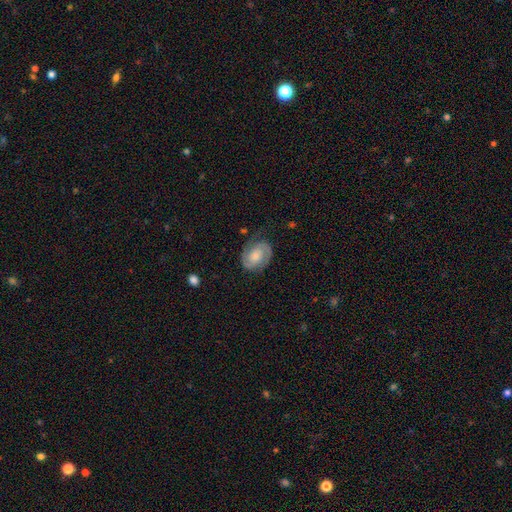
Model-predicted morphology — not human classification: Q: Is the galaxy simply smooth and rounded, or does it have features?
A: featured or disk — 78%.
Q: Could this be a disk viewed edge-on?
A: no — 98%.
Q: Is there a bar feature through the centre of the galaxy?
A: no — 60%.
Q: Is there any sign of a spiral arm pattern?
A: yes — 96%.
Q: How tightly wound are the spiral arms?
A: tight — 46%.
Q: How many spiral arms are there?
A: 2 — 89%.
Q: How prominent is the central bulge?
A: moderate — 39%.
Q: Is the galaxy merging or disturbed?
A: none — 73%.